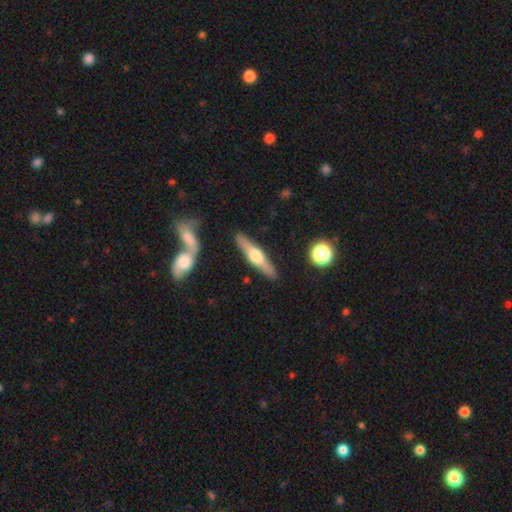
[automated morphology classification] A featured or disk galaxy (64%) viewed edge-on (95%) with a rounded central bulge (93%).

Vote fractions:
- Smooth or featured? featured or disk: 64% / smooth: 31% / star or artifact: 5%
- Edge-on disk? yes: 95% / no: 5%
- Edge-on bulge? rounded: 93% / boxy: 4% / none: 3%
- Merging? none: 86% / minor disturbance: 7% / merger: 4% / major disturbance: 2%